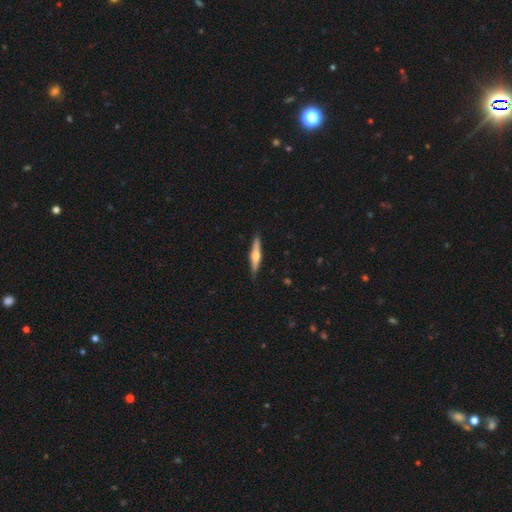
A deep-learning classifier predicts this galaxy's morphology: Smooth or featured? Predicted: featured or disk (p=0.63). Edge-on disk? Predicted: yes (p=0.97). Edge-on bulge? Predicted: rounded (p=0.91). Merging? Predicted: none (p=0.89).